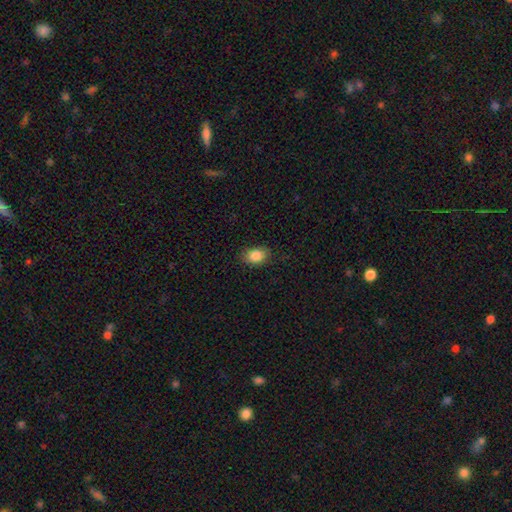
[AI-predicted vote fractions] The model was most divided on "how rounded": in between: 75%, round: 24%, cigar-shaped: 1%. More confident: smooth or featured — smooth (86%); merging — none (84%).